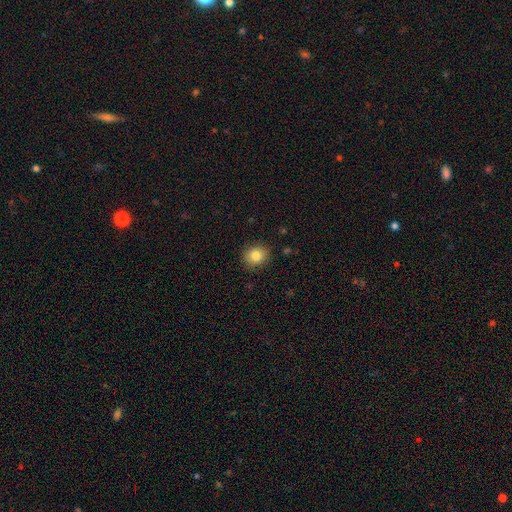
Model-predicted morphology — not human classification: This is clearly a smooth galaxy (82%). How rounded: likely round (74%). Merging: clearly none (89%).